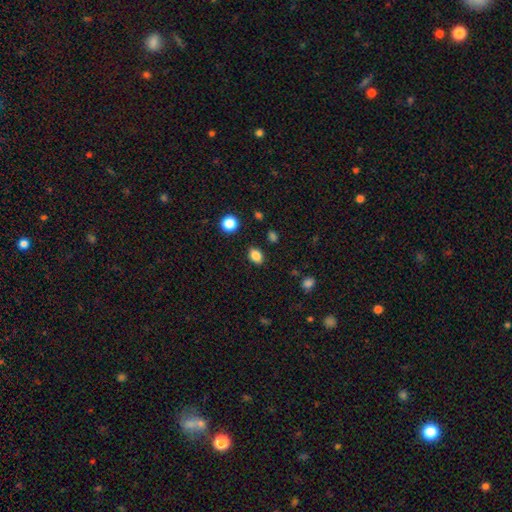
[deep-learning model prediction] Smooth or featured?
  - smooth: 85% *
  - star or artifact: 11%
  - featured or disk: 4%
How rounded?
  - in between: 70% *
  - round: 29%
  - cigar-shaped: 1%
Merging?
  - none: 86% *
  - minor disturbance: 9%
  - major disturbance: 3%
  - merger: 2%